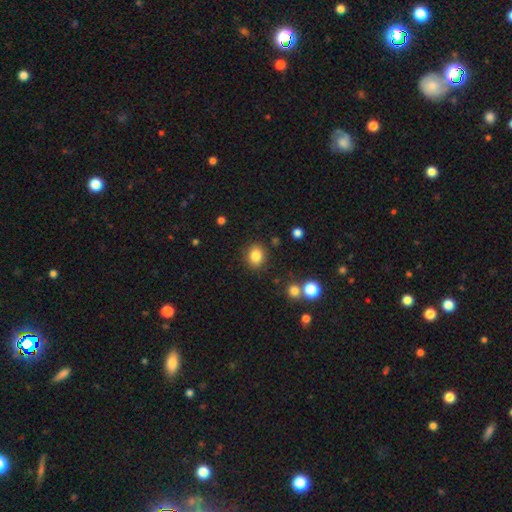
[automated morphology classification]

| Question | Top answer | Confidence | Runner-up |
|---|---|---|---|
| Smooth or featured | smooth | 84% | star or artifact (10%) |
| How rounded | round | 62% | in between (37%) |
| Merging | none | 86% | minor disturbance (9%) |